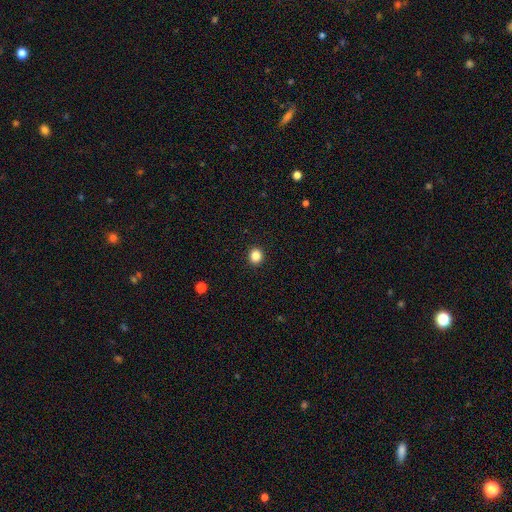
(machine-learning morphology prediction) Smooth or featured? Predicted: smooth (p=0.85). How rounded? Predicted: round (p=0.86). Merging? Predicted: none (p=0.93).